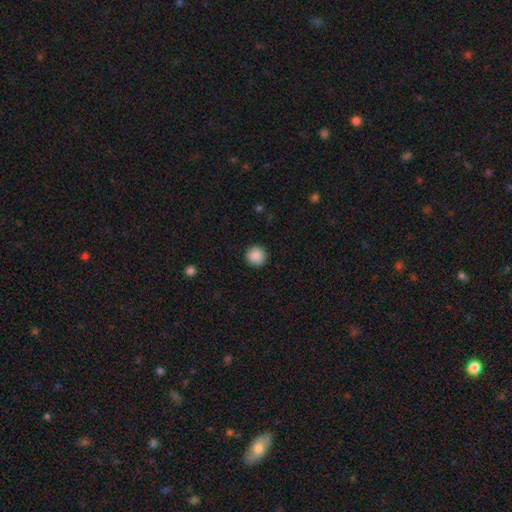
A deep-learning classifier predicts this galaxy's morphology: A smooth galaxy with no disk features (89%) that is round (95%). Merging: none (92%).